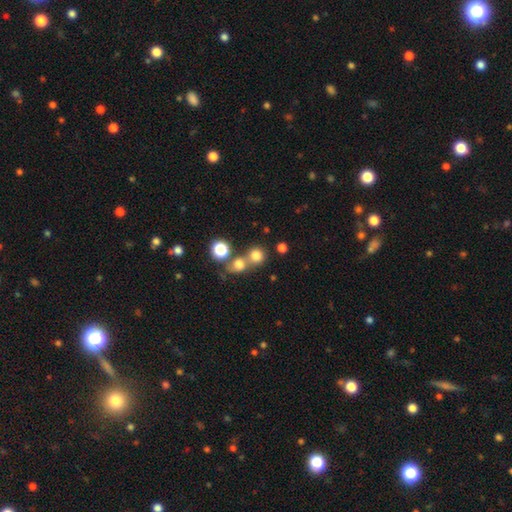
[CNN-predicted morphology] Q: Smooth or featured?
A: smooth (76%); runner-up: star or artifact (16%)
Q: How rounded?
A: round (86%); runner-up: in between (13%)
Q: Merging?
A: none (53%); runner-up: merger (36%)